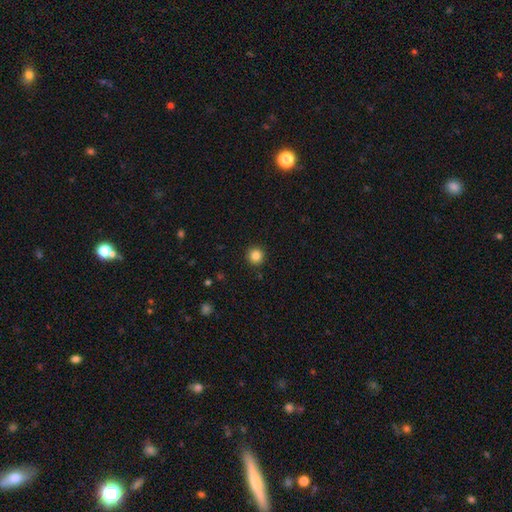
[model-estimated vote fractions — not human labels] Smooth or featured? Predicted: smooth (p=0.84). How rounded? Predicted: round (p=0.95). Merging? Predicted: none (p=0.92).